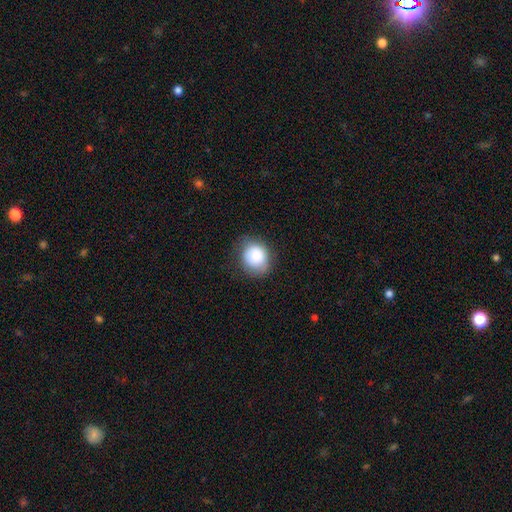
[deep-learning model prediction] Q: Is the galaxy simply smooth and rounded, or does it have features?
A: smooth — 85%.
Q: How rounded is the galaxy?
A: round — 71%.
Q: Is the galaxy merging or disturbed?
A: none — 73%.